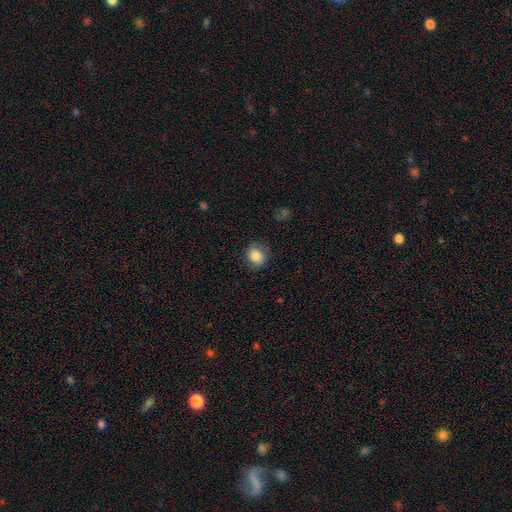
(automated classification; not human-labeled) Smooth or featured? Predicted: smooth (p=0.85). How rounded? Predicted: round (p=0.70). Merging? Predicted: none (p=0.78).